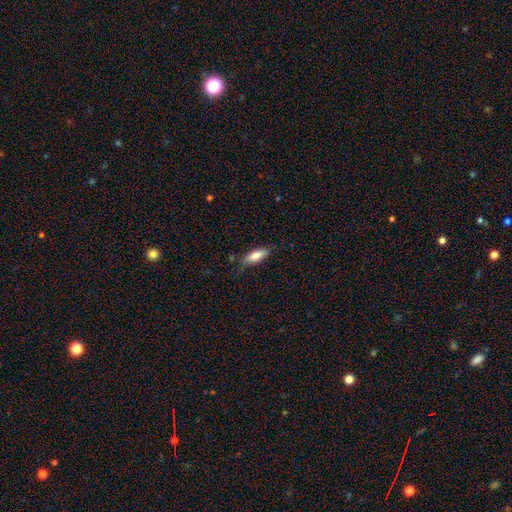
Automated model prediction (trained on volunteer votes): Q: Smooth or featured?
A: smooth (74%); runner-up: featured or disk (20%)
Q: How rounded?
A: in between (57%); runner-up: cigar-shaped (41%)
Q: Merging?
A: none (72%); runner-up: minor disturbance (22%)